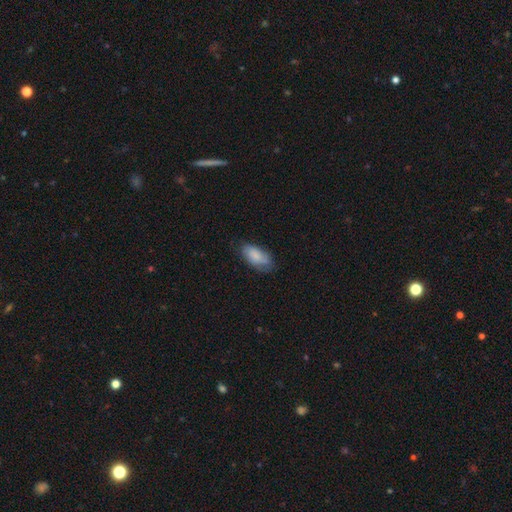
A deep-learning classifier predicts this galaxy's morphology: type=smooth (80%); roundness=in between (90%); merging=none (63%).